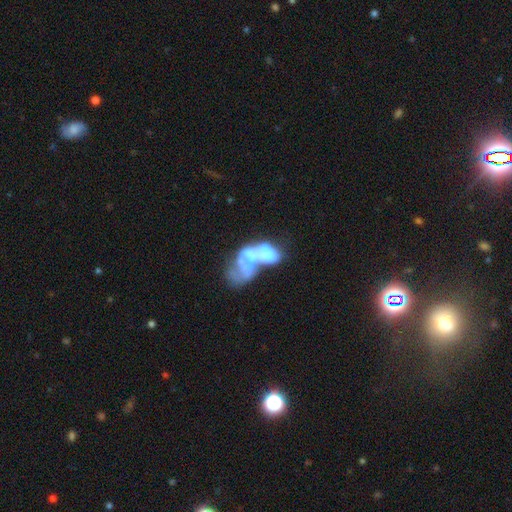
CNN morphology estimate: The model was most divided on "merging": merger: 44%, major disturbance: 28%, none: 17%, minor disturbance: 10%. More confident: edge-on disk — no (97%); spiral arms — no (94%); bar — no (92%); bulge size — none (69%); smooth or featured — featured or disk (63%).